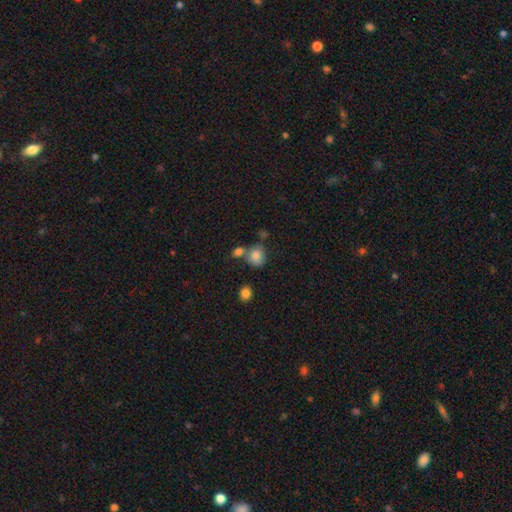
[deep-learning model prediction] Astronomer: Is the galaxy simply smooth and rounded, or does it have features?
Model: smooth — 82%.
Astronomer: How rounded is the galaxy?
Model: round — 70%.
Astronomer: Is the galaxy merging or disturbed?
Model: none — 49% (runner-up: merger, 31%).